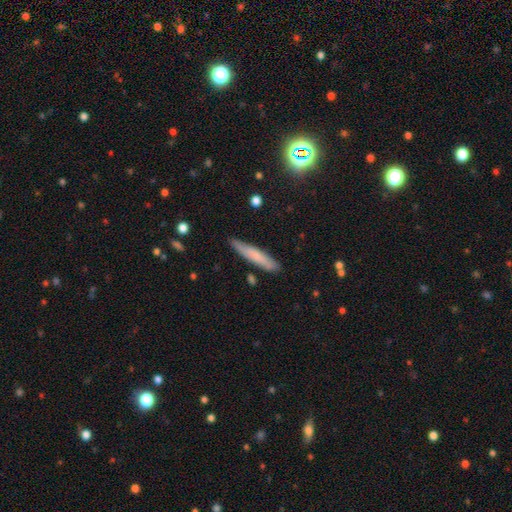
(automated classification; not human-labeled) Smooth or featured? smooth (69%)
How rounded? cigar-shaped (91%)
Merging? none (83%)